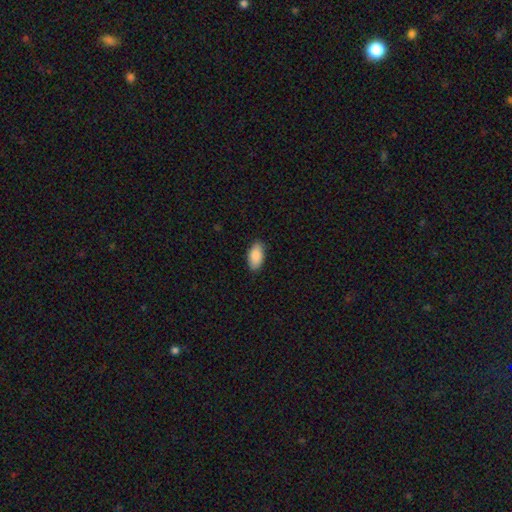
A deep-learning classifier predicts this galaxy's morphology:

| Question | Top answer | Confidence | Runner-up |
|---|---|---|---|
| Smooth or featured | smooth | 88% | star or artifact (6%) |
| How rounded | in between | 94% | cigar-shaped (3%) |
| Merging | none | 88% | minor disturbance (10%) |